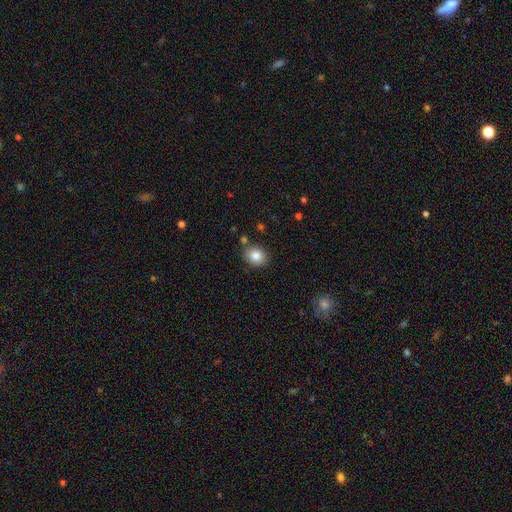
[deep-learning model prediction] A smooth galaxy with no disk features (85%) that is round (56%).

Vote fractions:
- Smooth or featured? smooth: 85% / star or artifact: 9% / featured or disk: 6%
- How rounded? round: 56% / in between: 43% / cigar-shaped: 1%
- Merging? none: 81% / minor disturbance: 11% / merger: 5% / major disturbance: 3%